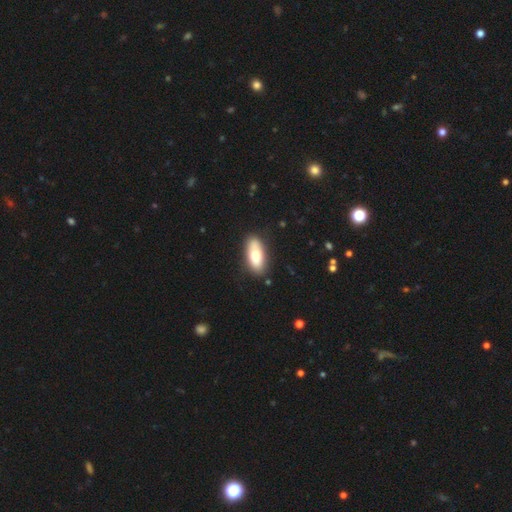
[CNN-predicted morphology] Smooth or featured? Predicted: smooth (p=0.72). How rounded? Predicted: in between (p=0.85). Merging? Predicted: none (p=0.84).